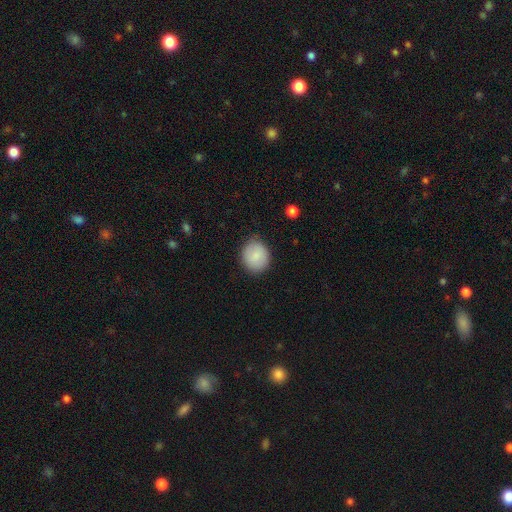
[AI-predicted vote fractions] The model was most divided on "how rounded": round: 74%, in between: 25%, cigar-shaped: 1%. More confident: smooth or featured — smooth (87%); merging — none (82%).